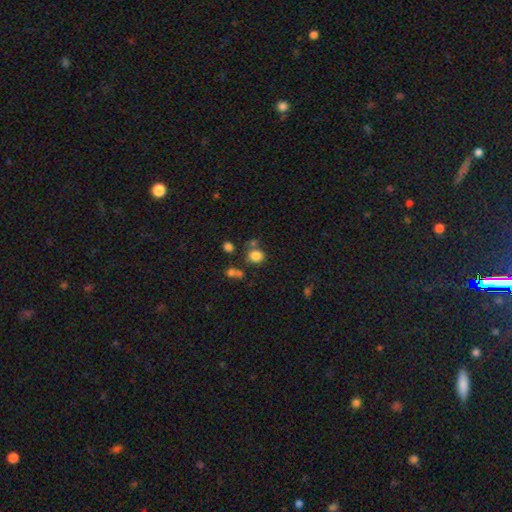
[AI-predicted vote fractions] This is clearly a smooth galaxy (81%). How rounded: likely round (75%). Merging: likely none (66%).